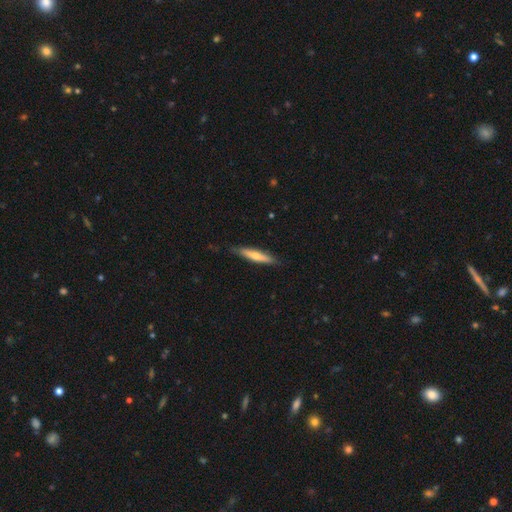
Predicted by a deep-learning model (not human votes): This appears to be a smooth galaxy with no disk features (55%) that is cigar-shaped (88%). Merging: none (84%).